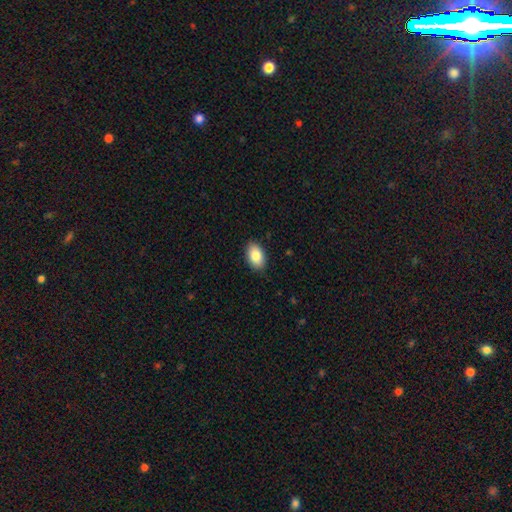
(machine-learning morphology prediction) A smooth galaxy with no disk features (85%) that is in between round and cigar-shaped (91%).

Vote fractions:
- Smooth or featured? smooth: 85% / featured or disk: 8% / star or artifact: 7%
- How rounded? in between: 91% / round: 8% / cigar-shaped: 1%
- Merging? none: 88% / minor disturbance: 9% / major disturbance: 2% / merger: 1%